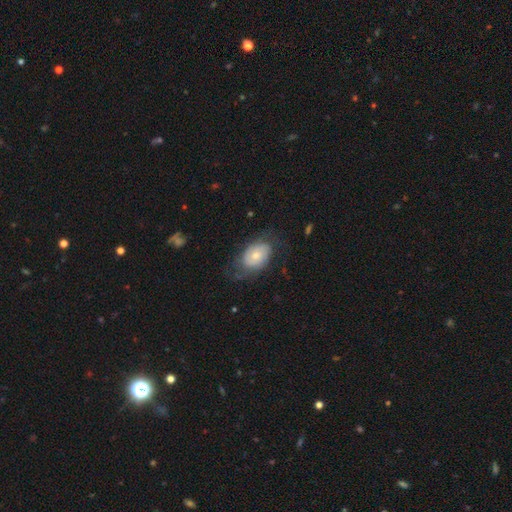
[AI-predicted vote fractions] A smooth galaxy with no disk features (49%). Merging: none (57%).